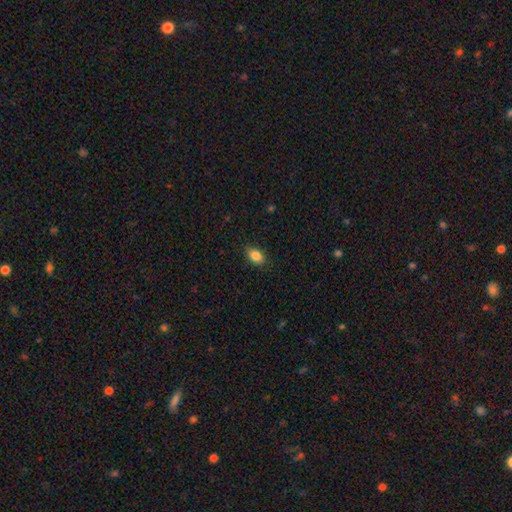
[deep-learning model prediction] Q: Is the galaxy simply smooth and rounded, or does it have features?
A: smooth — 85%.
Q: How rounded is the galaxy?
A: in between — 86%.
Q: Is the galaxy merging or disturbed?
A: none — 84%.